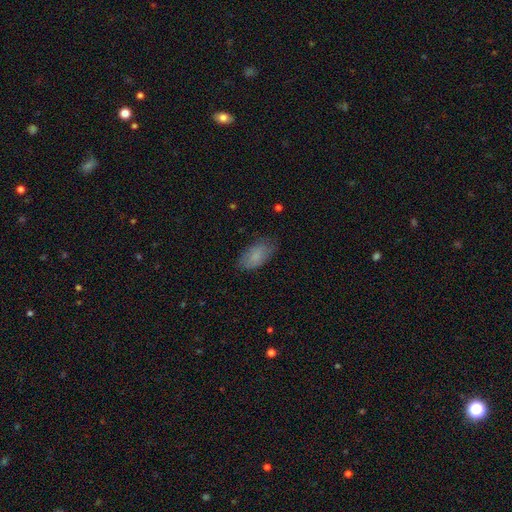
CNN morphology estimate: type=smooth (81%); roundness=in between (93%); merging=none (75%).